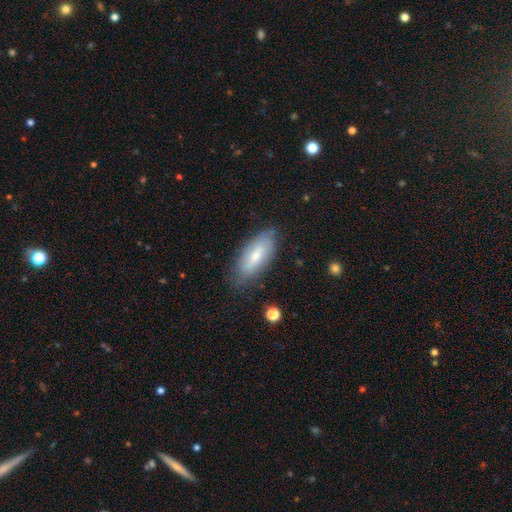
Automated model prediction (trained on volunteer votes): Smooth or featured?
  - smooth: 61% *
  - featured or disk: 32%
  - star or artifact: 7%
How rounded?
  - in between: 80% *
  - cigar-shaped: 18%
  - round: 2%
Merging?
  - none: 75% *
  - minor disturbance: 19%
  - major disturbance: 4%
  - merger: 2%